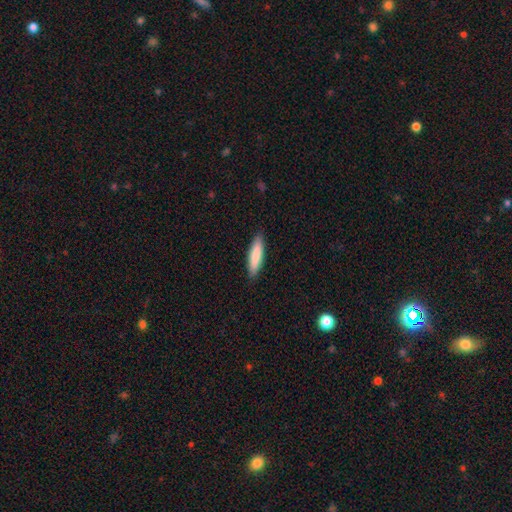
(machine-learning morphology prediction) smooth_or_featured: smooth (p=0.84) [alt: featured or disk p=0.11]
how_rounded: cigar-shaped (p=0.72) [alt: in between p=0.27]
merging: none (p=0.89) [alt: minor disturbance p=0.09]